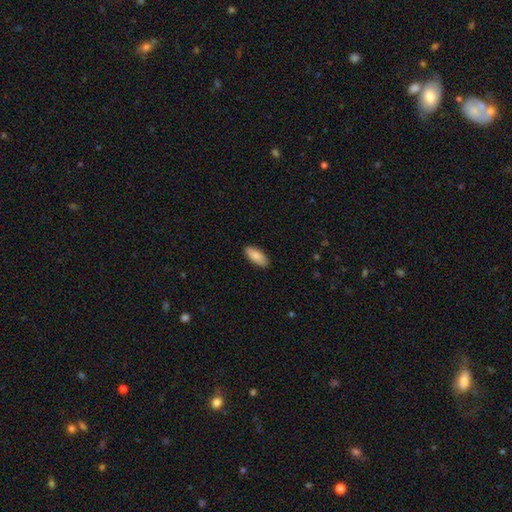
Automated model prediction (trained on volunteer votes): smooth_or_featured: smooth (p=0.87) [alt: featured or disk p=0.07]
how_rounded: in between (p=0.85) [alt: cigar-shaped p=0.14]
merging: none (p=0.89) [alt: minor disturbance p=0.09]